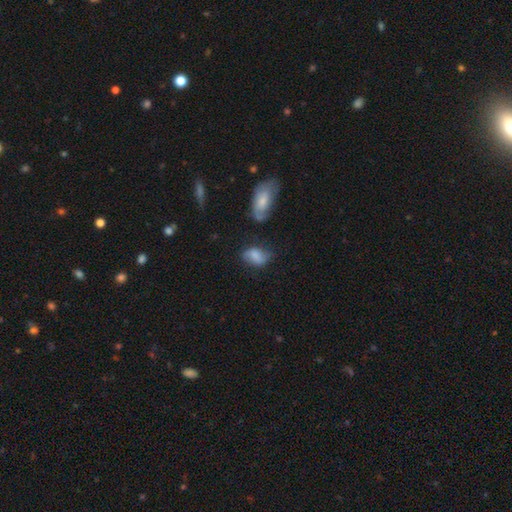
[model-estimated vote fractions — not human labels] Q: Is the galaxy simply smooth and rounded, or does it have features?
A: smooth — 66%.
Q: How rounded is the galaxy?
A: in between — 84%.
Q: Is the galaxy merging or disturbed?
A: none — 54%.